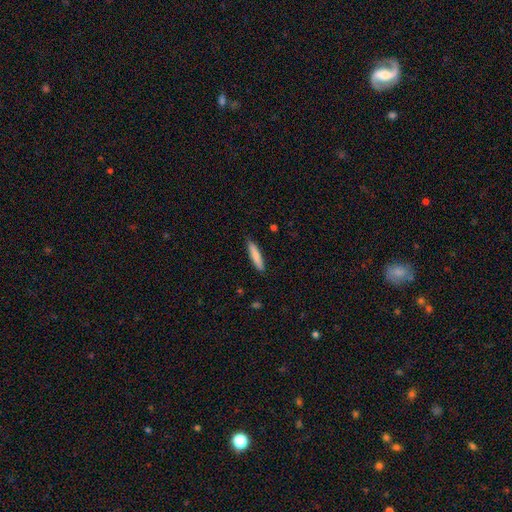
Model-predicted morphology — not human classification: A smooth galaxy with no disk features (81%) that is cigar-shaped (86%). Merging: none (89%).